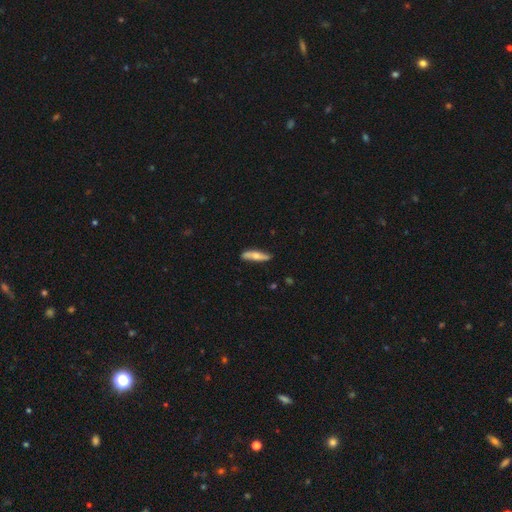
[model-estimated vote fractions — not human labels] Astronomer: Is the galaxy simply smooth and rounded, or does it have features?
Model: smooth — 56% (runner-up: featured or disk, 38%).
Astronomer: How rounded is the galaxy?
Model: cigar-shaped — 75%.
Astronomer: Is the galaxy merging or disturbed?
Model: none — 80%.